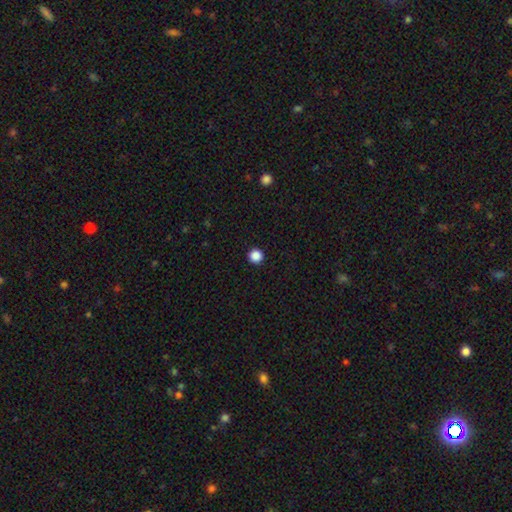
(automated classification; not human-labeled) Smooth or featured? Predicted: smooth (p=0.87). How rounded? Predicted: round (p=0.96). Merging? Predicted: none (p=0.94).